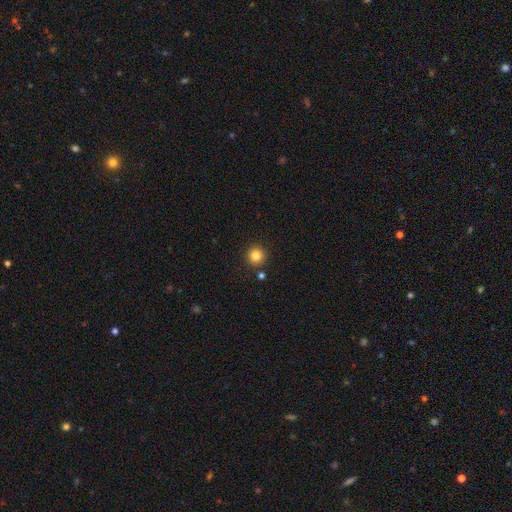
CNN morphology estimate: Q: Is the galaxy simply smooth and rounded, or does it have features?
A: smooth — 83%.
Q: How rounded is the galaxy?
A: round — 95%.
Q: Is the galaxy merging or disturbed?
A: none — 88%.